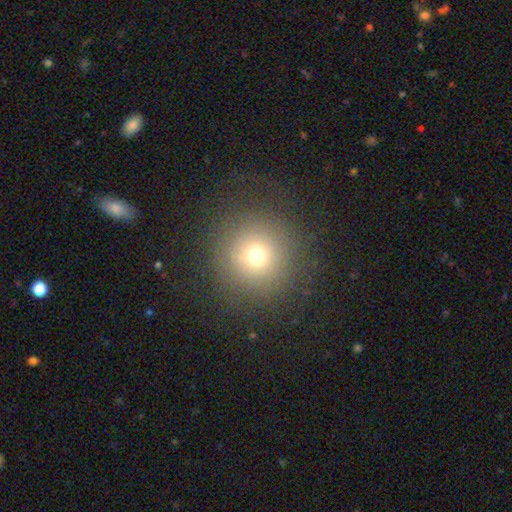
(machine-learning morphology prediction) A smooth galaxy with no disk features (69%) that is round (95%). Merging: none (82%).